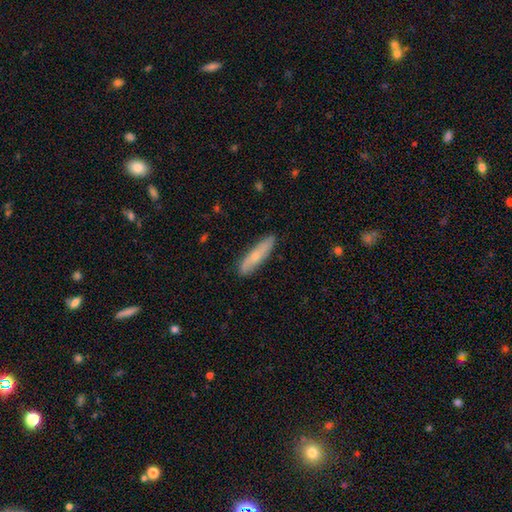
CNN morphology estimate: A smooth galaxy with no disk features (61%) that is cigar-shaped (80%).

Vote fractions:
- Smooth or featured? smooth: 61% / featured or disk: 33% / star or artifact: 6%
- How rounded? cigar-shaped: 80% / in between: 18% / round: 2%
- Merging? none: 86% / minor disturbance: 11% / major disturbance: 2% / merger: 1%